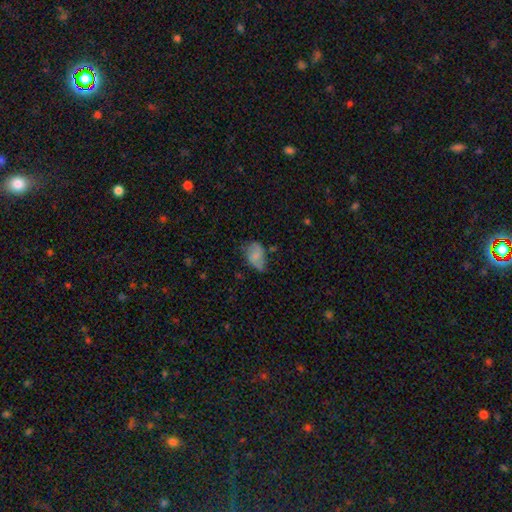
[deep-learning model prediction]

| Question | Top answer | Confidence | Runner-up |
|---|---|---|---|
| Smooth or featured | smooth | 59% | featured or disk (32%) |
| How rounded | in between | 83% | round (15%) |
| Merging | none | 40% | minor disturbance (39%) |